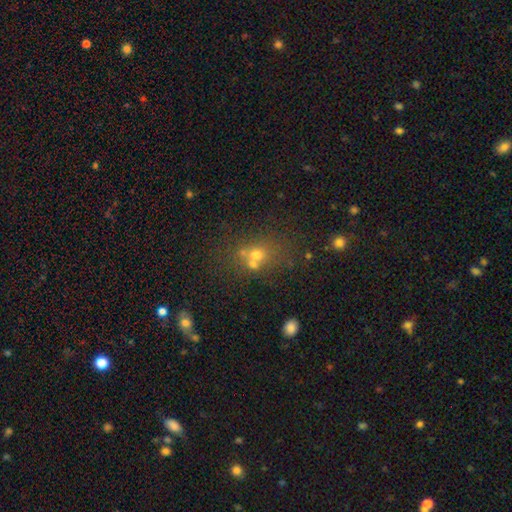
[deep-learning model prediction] Smooth or featured: smooth — 57% (star or artifact — 24%)
How rounded: round — 67% (in between — 31%)
Merging: none — 47% (merger — 37%)